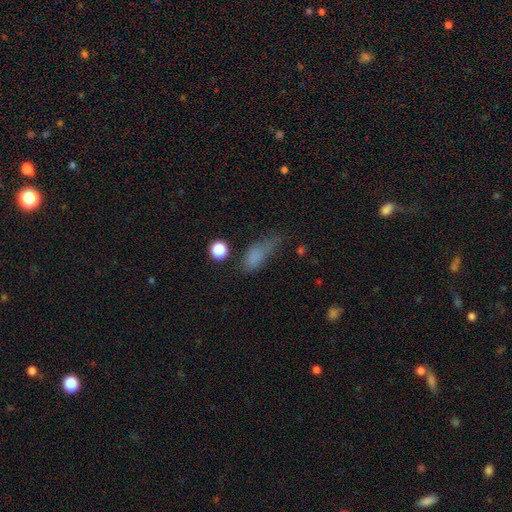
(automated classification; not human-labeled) Q: Smooth or featured?
A: smooth (72%); runner-up: star or artifact (15%)
Q: How rounded?
A: in between (72%); runner-up: cigar-shaped (19%)
Q: Merging?
A: none (38%); runner-up: minor disturbance (32%)